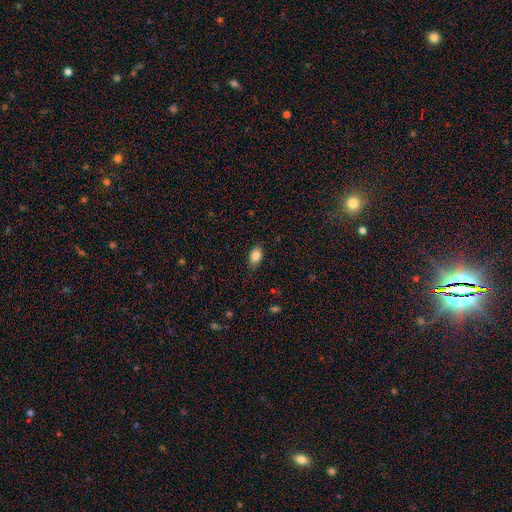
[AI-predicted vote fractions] This appears to be a smooth galaxy with no disk features (85%) that is in between round and cigar-shaped (86%). Merging: none (83%).